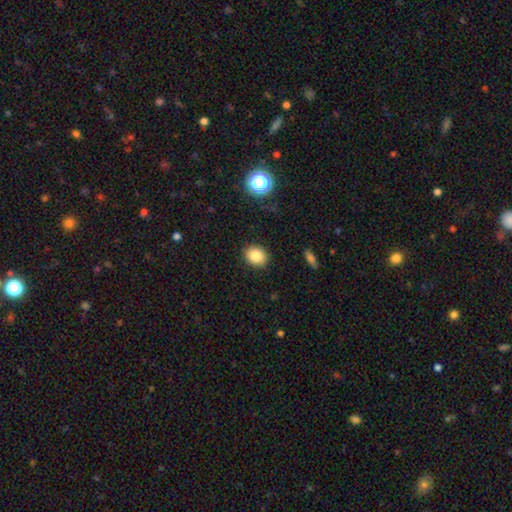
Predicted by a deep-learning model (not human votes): Smooth or featured?
  - smooth: 83% *
  - star or artifact: 10%
  - featured or disk: 6%
How rounded?
  - round: 55% *
  - in between: 44%
  - cigar-shaped: 1%
Merging?
  - none: 89% *
  - minor disturbance: 8%
  - major disturbance: 2%
  - merger: 1%